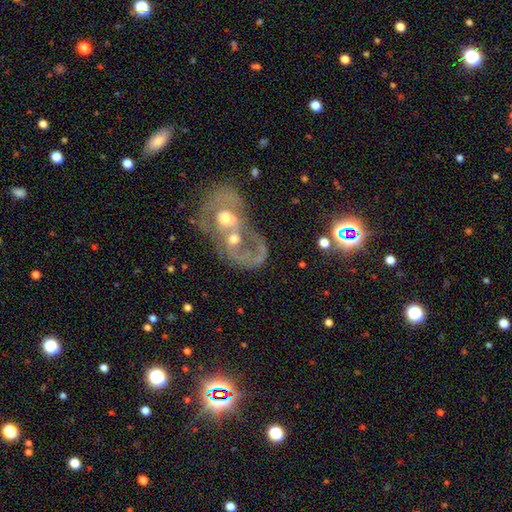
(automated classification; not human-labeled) Smooth or featured? Predicted: featured or disk (p=0.64). Edge-on disk? Predicted: no (p=0.97). Bar? Predicted: no (p=0.76). Spiral arms? Predicted: no (p=0.51). Bulge size? Predicted: moderate (p=0.60). Merging? Predicted: merger (p=0.75).